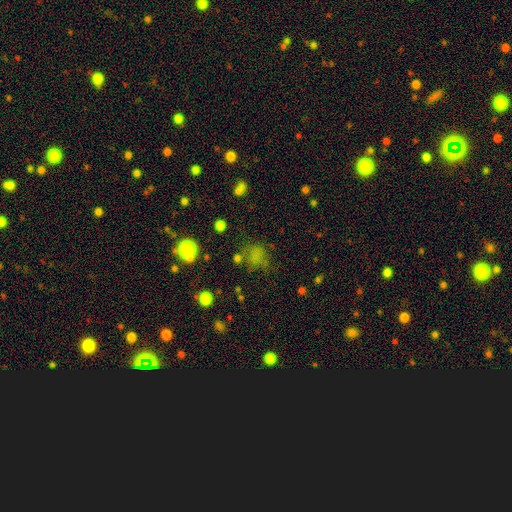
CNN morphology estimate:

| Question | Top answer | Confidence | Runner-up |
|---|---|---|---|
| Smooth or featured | smooth | 62% | star or artifact (26%) |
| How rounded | round | 68% | in between (30%) |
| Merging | none | 58% | minor disturbance (20%) |